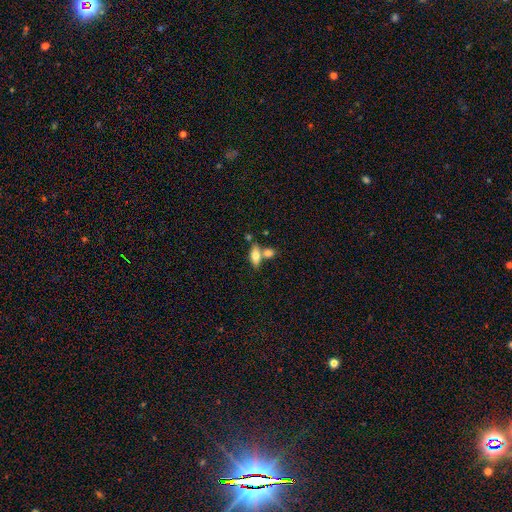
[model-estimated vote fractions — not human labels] Smooth or featured: smooth — 66% (featured or disk — 26%)
How rounded: in between — 71% (cigar-shaped — 24%)
Merging: none — 50% (merger — 35%)